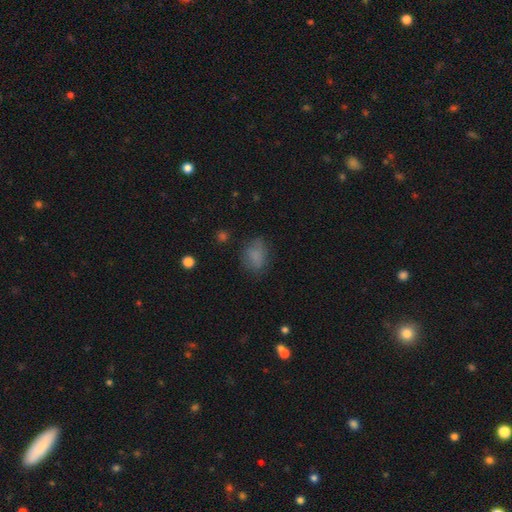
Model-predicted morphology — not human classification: Smooth or featured? smooth (77%)
How rounded? in between (61%)
Merging? none (68%)